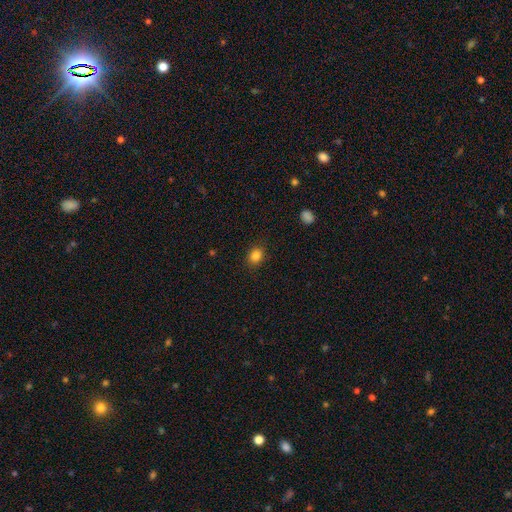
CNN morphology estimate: Smooth or featured: smooth — 84% (star or artifact — 11%)
How rounded: round — 57% (in between — 42%)
Merging: none — 88% (minor disturbance — 9%)